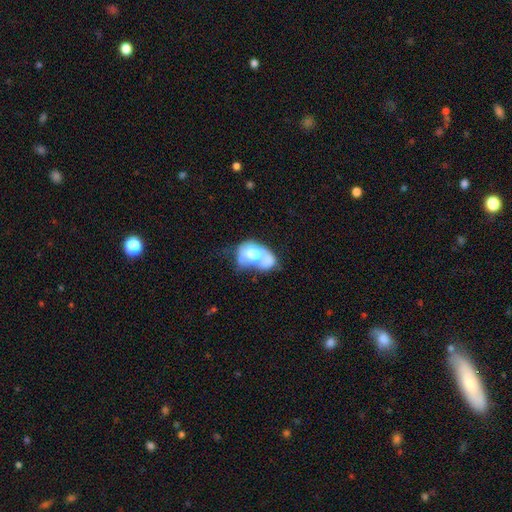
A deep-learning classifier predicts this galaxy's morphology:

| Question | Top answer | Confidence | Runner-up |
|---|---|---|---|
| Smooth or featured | smooth | 49% | featured or disk (43%) |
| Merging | merger | 39% | major disturbance (27%) |